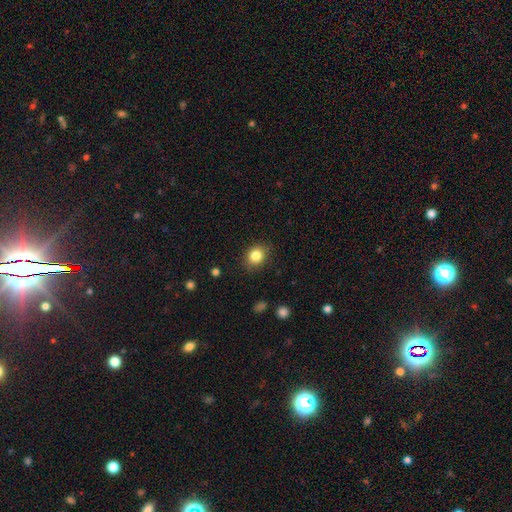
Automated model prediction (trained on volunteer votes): This appears to be a smooth galaxy with no disk features (84%) that is round (63%). Merging: none (85%).